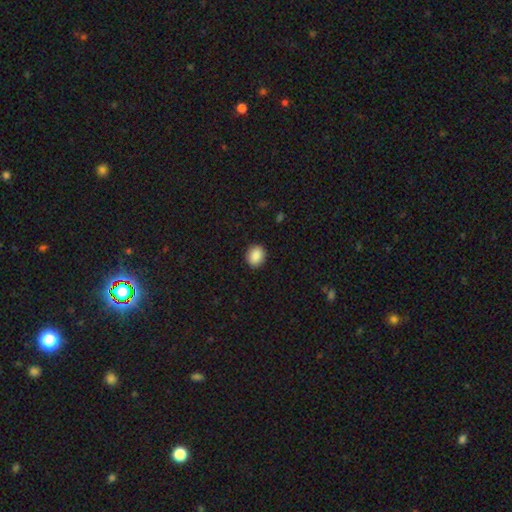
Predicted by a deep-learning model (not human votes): Morphology: type=smooth (89%); roundness=round (54%); merging=none (90%).